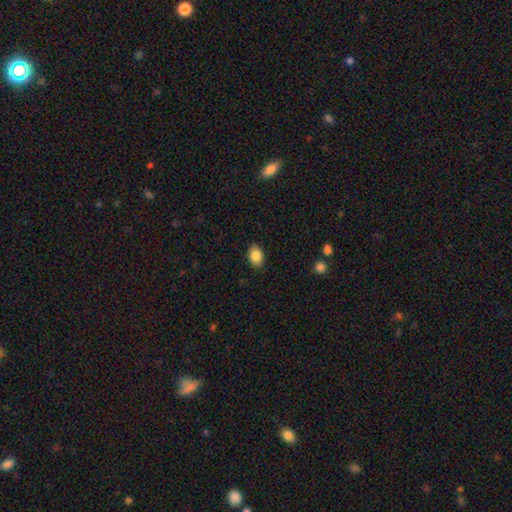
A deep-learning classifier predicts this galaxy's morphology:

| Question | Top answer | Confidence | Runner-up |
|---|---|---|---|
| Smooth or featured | smooth | 87% | star or artifact (8%) |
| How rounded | in between | 80% | round (19%) |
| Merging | none | 88% | minor disturbance (9%) |